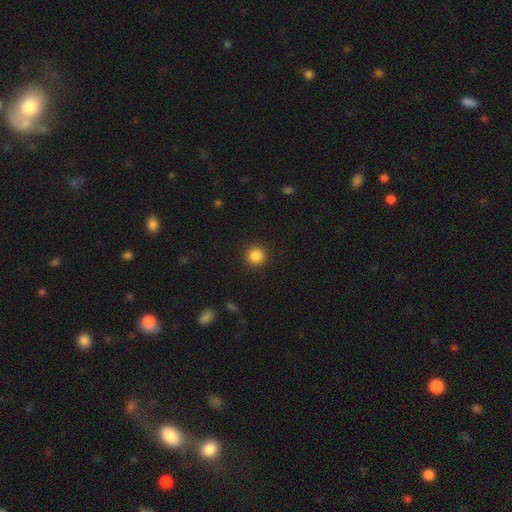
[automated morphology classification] A smooth galaxy with no disk features (86%) that is round (94%).

Vote fractions:
- Smooth or featured? smooth: 86% / star or artifact: 10% / featured or disk: 4%
- How rounded? round: 94% / in between: 5% / cigar-shaped: 1%
- Merging? none: 92% / minor disturbance: 5% / major disturbance: 2% / merger: 1%